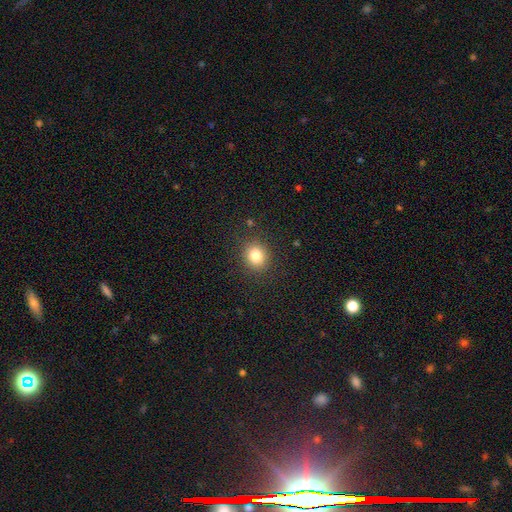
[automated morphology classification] type=smooth (81%); roundness=round (79%); merging=none (87%).